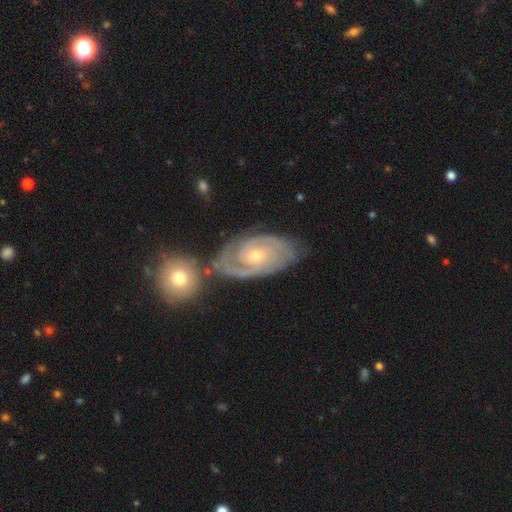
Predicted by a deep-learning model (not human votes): Q: Smooth or featured?
A: featured or disk (89%); runner-up: smooth (6%)
Q: Edge-on disk?
A: no (96%); runner-up: yes (4%)
Q: Bar?
A: no (70%); runner-up: weak (25%)
Q: Spiral arms?
A: yes (97%); runner-up: no (3%)
Q: Spiral winding?
A: tight (74%); runner-up: medium (22%)
Q: Spiral arm count?
A: 2 (59%); runner-up: 3 (15%)
Q: Bulge size?
A: small (52%); runner-up: moderate (45%)
Q: Merging?
A: none (68%); runner-up: minor disturbance (17%)